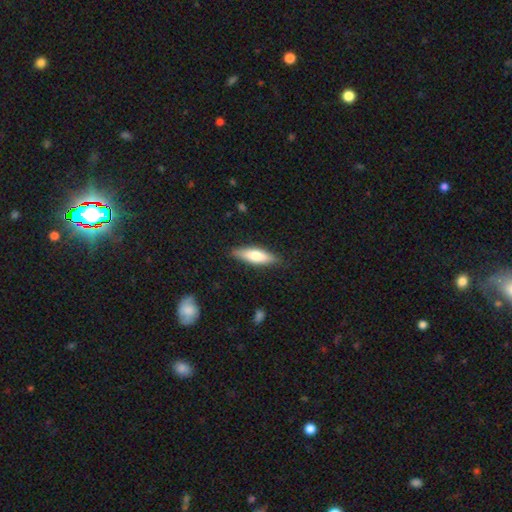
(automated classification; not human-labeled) A smooth galaxy with no disk features (64%) that is cigar-shaped (58%).

Vote fractions:
- Smooth or featured? smooth: 64% / featured or disk: 31% / star or artifact: 6%
- How rounded? cigar-shaped: 58% / in between: 40% / round: 2%
- Merging? none: 86% / minor disturbance: 11% / major disturbance: 2% / merger: 1%